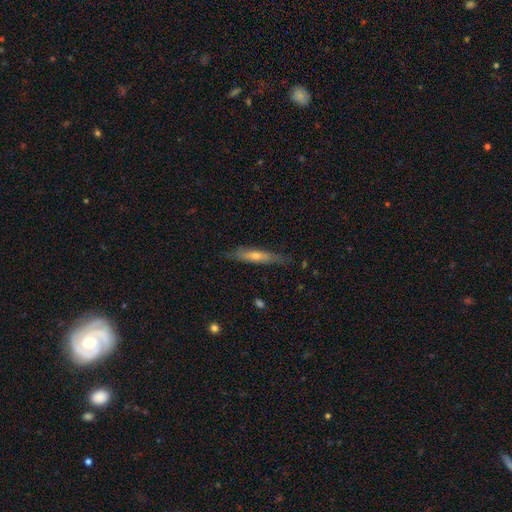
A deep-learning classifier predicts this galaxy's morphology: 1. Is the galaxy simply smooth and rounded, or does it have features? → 51% featured or disk, 43% smooth, 7% star or artifact.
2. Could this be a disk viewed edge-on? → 78% yes, 22% no.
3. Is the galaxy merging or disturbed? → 78% none, 17% minor disturbance, 3% major disturbance, 1% merger.